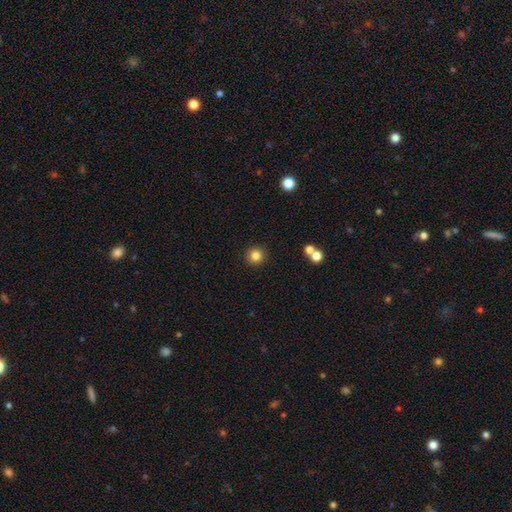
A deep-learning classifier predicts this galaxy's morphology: smooth 82%, star or artifact 12%, featured or disk 6%. Down the decision tree: how rounded — round (95%); merging — none (91%).